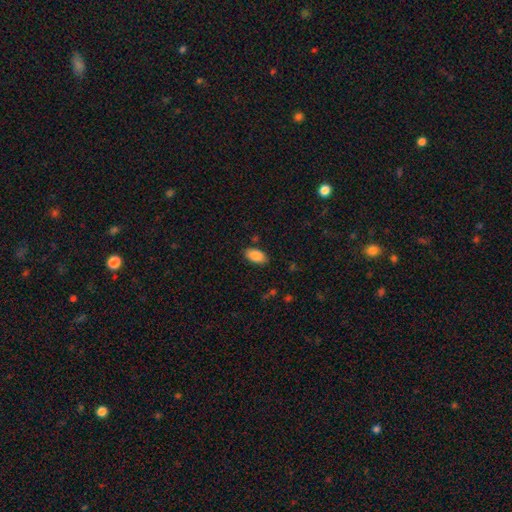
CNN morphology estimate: smooth-or-featured: smooth: 87% | star or artifact: 7% | featured or disk: 6%
  how-rounded: in between: 94% | cigar-shaped: 3% | round: 3%
  merging: none: 85% | minor disturbance: 11% | major disturbance: 3% | merger: 2%